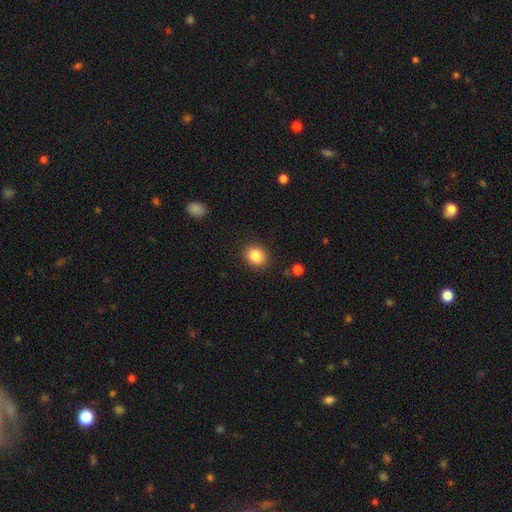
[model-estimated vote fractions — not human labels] Overall: smooth (86%). How rounded: round (58%; in between 41%). Merging: none (88%).